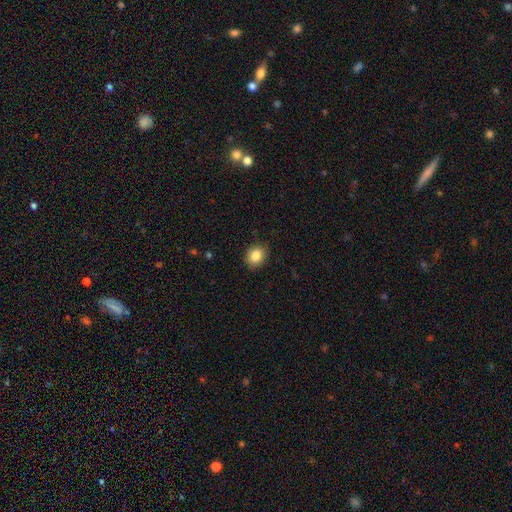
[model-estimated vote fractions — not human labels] Q: Smooth or featured?
A: smooth (85%); runner-up: star or artifact (9%)
Q: How rounded?
A: round (53%); runner-up: in between (46%)
Q: Merging?
A: none (89%); runner-up: minor disturbance (8%)